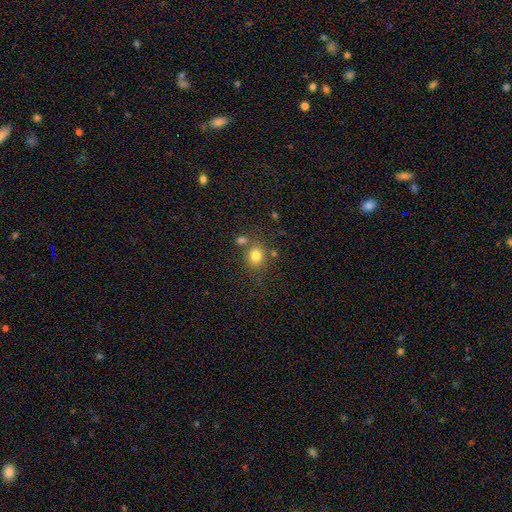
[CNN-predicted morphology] The model was most divided on "how rounded": round: 65%, in between: 34%, cigar-shaped: 1%. More confident: smooth or featured — smooth (79%); merging — none (64%).